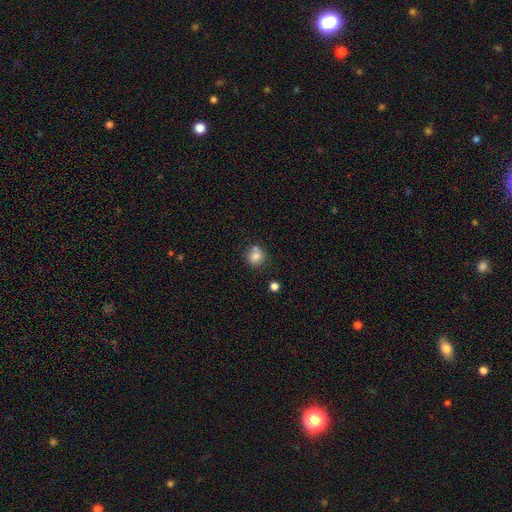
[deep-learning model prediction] The model was most divided on "merging": none: 65%, merger: 17%, minor disturbance: 14%, major disturbance: 4%. More confident: how rounded — round (86%); smooth or featured — smooth (81%).